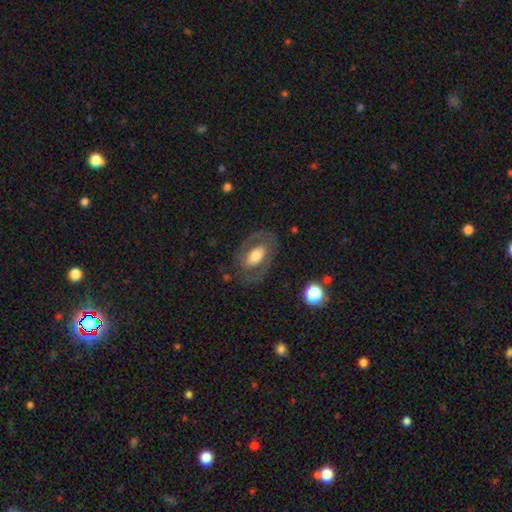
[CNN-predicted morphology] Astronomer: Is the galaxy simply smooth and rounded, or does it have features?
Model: featured or disk — 62%.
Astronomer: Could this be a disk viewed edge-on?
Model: no — 93%.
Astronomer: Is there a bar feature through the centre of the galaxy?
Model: no — 50% (runner-up: weak, 30%).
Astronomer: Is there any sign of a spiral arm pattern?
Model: yes — 56% (runner-up: no, 44%).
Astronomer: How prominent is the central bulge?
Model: moderate — 49% (runner-up: large, 31%).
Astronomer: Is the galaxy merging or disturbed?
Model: none — 74%.